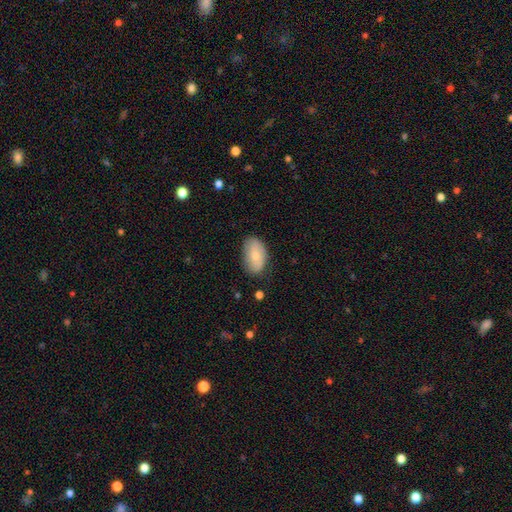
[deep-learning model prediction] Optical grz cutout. It shows a smooth galaxy with no disk features (70%) that is in between round and cigar-shaped (92%). Merging: none (75%).